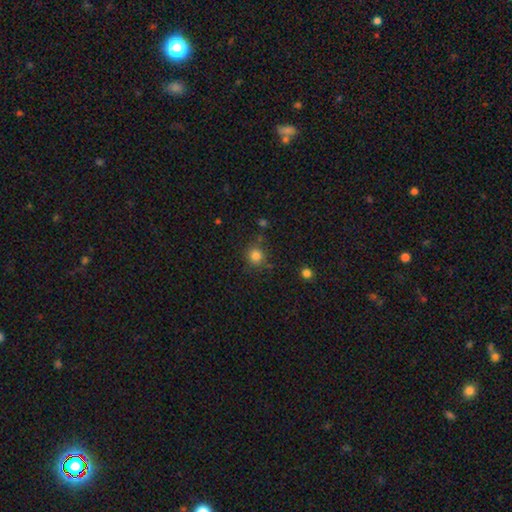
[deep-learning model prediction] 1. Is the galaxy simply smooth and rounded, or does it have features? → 83% smooth, 12% star or artifact, 5% featured or disk.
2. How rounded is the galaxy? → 91% round, 8% in between, 1% cigar-shaped.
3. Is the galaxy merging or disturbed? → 80% none, 12% minor disturbance, 5% merger, 4% major disturbance.